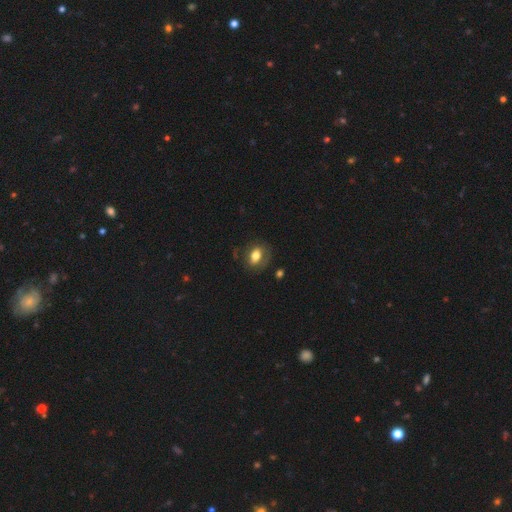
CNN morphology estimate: Smooth or featured? smooth (68%)
How rounded? in between (76%)
Merging? none (71%)